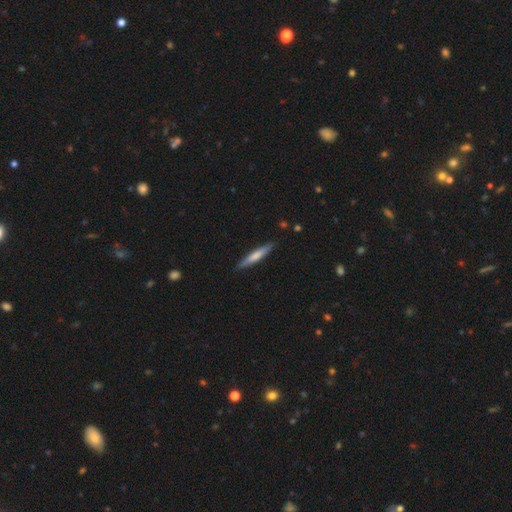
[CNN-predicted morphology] smooth 64%, featured or disk 31%, star or artifact 5%. Down the decision tree: how rounded — cigar-shaped (93%); merging — none (89%).